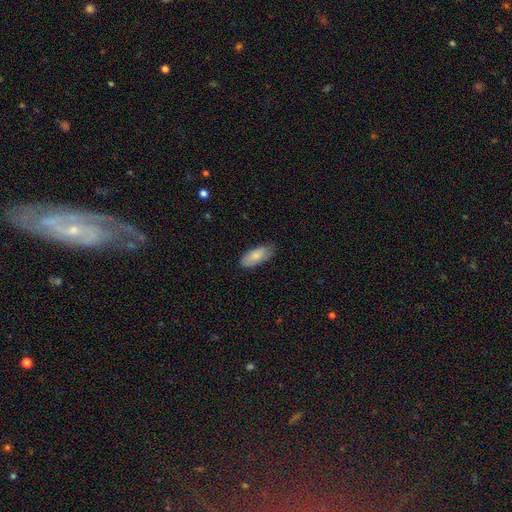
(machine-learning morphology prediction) The model was most divided on "merging": none: 77%, minor disturbance: 19%, major disturbance: 3%, merger: 1%. More confident: how rounded — in between (85%); smooth or featured — smooth (82%).